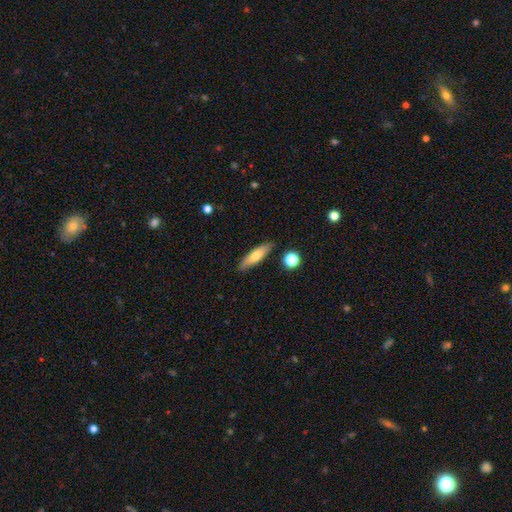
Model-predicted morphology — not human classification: Smooth or featured? smooth (68%)
How rounded? cigar-shaped (67%)
Merging? none (85%)